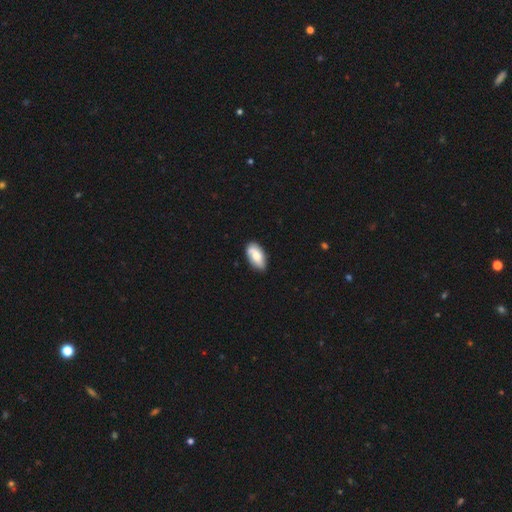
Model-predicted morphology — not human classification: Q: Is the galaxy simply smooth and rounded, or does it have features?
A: smooth — 66%.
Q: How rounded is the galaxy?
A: in between — 92%.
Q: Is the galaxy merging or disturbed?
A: none — 73%.